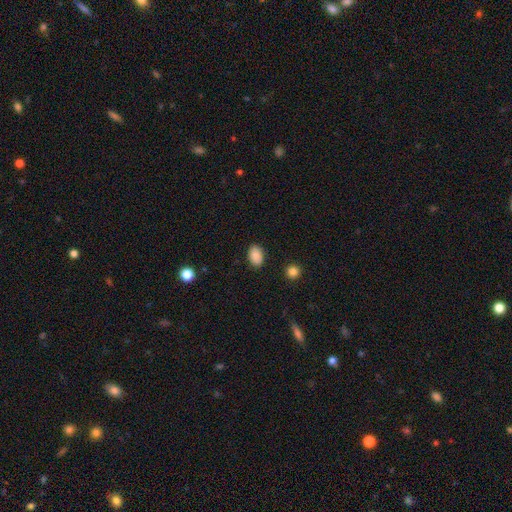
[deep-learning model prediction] The model was most divided on "how rounded": in between: 84%, round: 15%, cigar-shaped: 1%. More confident: smooth or featured — smooth (88%); merging — none (87%).